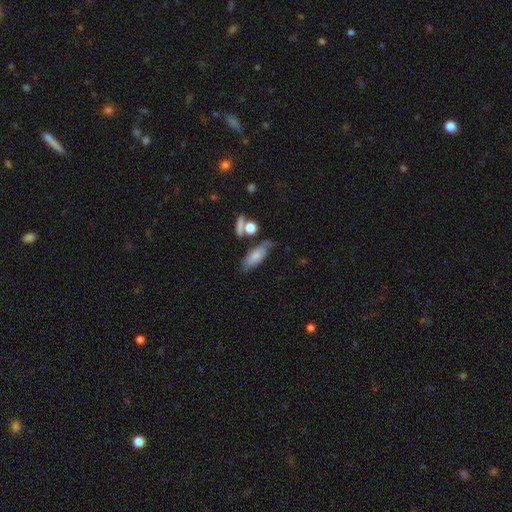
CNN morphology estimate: Smooth or featured? smooth (57%)
How rounded? in between (77%)
Merging? none (53%)